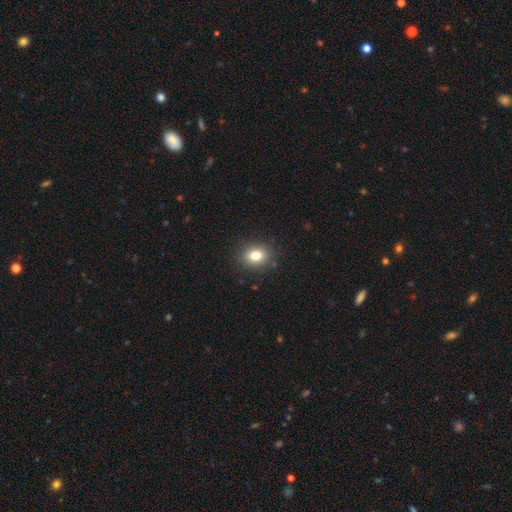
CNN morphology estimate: Q: Smooth or featured?
A: smooth (81%); runner-up: star or artifact (11%)
Q: How rounded?
A: round (57%); runner-up: in between (42%)
Q: Merging?
A: none (87%); runner-up: minor disturbance (9%)